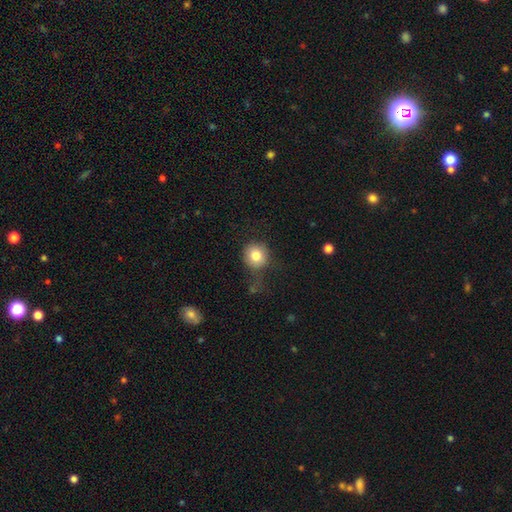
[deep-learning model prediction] Smooth or featured? Predicted: smooth (p=0.80). How rounded? Predicted: round (p=0.90). Merging? Predicted: none (p=0.65).